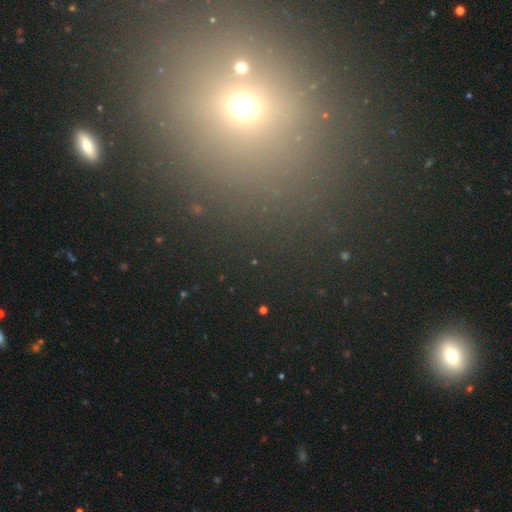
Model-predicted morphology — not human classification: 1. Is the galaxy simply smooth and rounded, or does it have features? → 45% star or artifact, 44% smooth, 11% featured or disk.